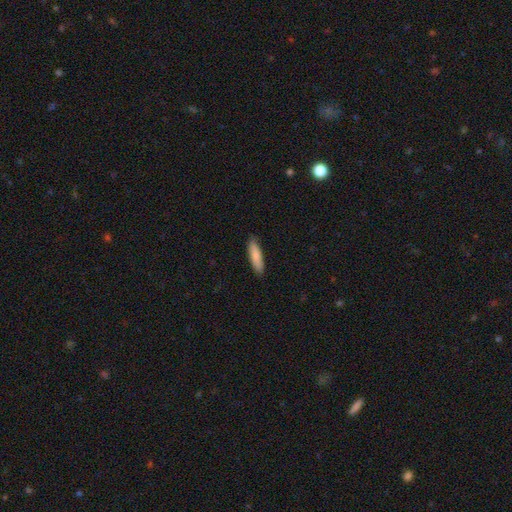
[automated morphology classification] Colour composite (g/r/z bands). It shows a smooth galaxy with no disk features (85%) that is cigar-shaped (71%). Merging: none (89%).